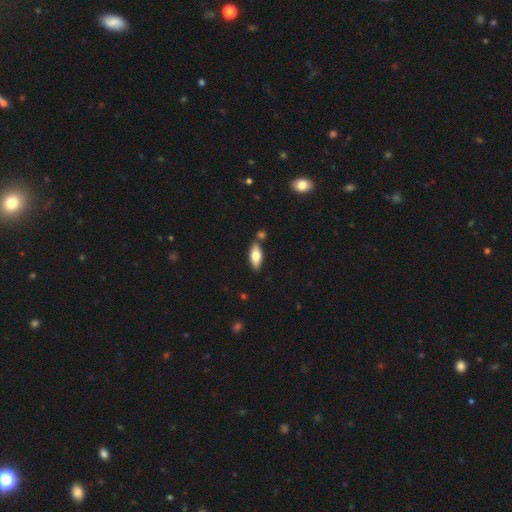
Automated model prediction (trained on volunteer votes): Smooth or featured?
  - smooth: 70% *
  - featured or disk: 24%
  - star or artifact: 6%
How rounded?
  - in between: 80% *
  - cigar-shaped: 18%
  - round: 2%
Merging?
  - none: 77% *
  - minor disturbance: 11%
  - merger: 9%
  - major disturbance: 2%